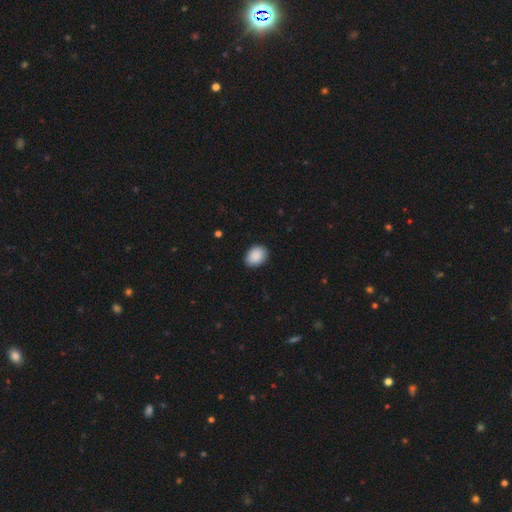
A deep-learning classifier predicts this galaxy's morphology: smooth_or_featured: smooth (p=0.90) [alt: star or artifact p=0.07]
how_rounded: in between (p=0.74) [alt: round p=0.25]
merging: none (p=0.86) [alt: minor disturbance p=0.11]